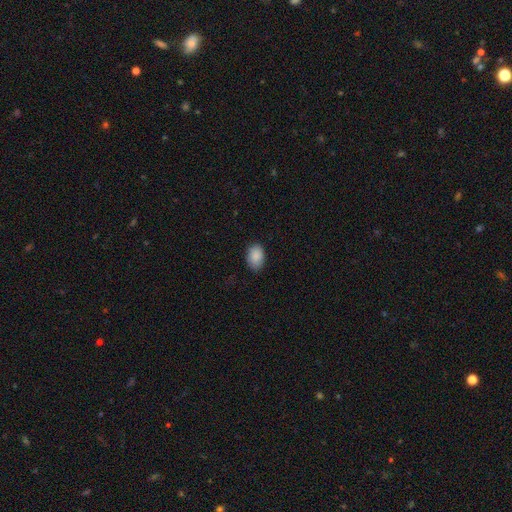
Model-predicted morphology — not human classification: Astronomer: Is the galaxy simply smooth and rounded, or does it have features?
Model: smooth — 89%.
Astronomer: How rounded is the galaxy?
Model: in between — 84%.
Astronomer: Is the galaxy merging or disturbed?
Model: none — 82%.